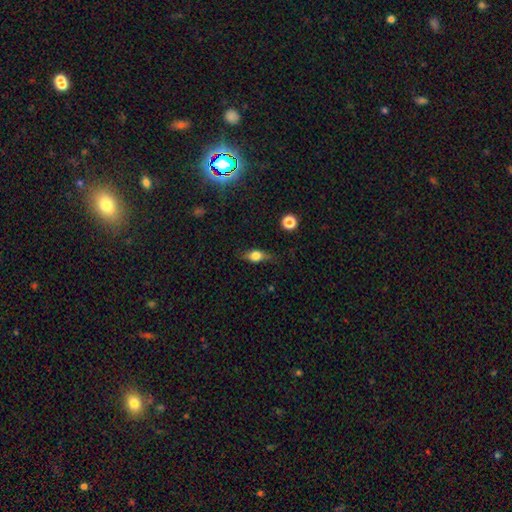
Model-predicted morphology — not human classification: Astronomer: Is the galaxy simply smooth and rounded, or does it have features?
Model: smooth — 64%.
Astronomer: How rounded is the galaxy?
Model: in between — 65%.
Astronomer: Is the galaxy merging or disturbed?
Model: none — 68%.